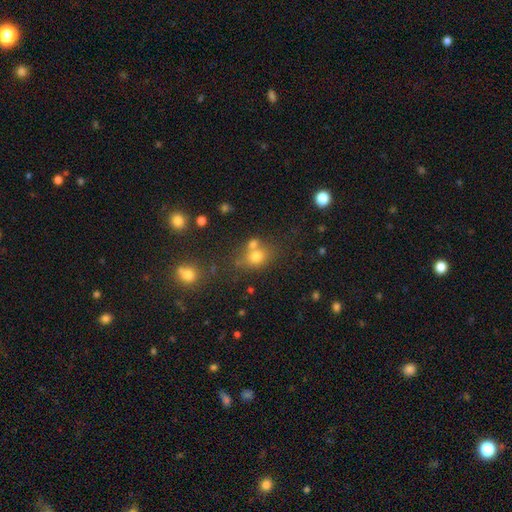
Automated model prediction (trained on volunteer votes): A smooth galaxy with no disk features (71%) that is round (60%).

Vote fractions:
- Smooth or featured? smooth: 71% / star or artifact: 17% / featured or disk: 12%
- How rounded? round: 60% / in between: 39% / cigar-shaped: 1%
- Merging? none: 52% / merger: 29% / minor disturbance: 13% / major disturbance: 6%